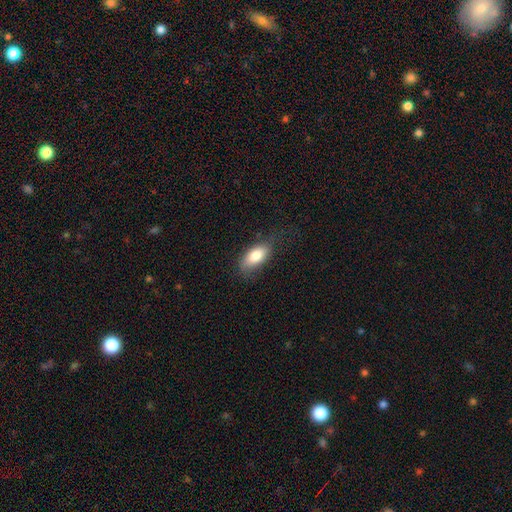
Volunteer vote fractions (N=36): A smooth galaxy with no disk features (86%) that is in between round and cigar-shaped (97%). Merging: none (69%).